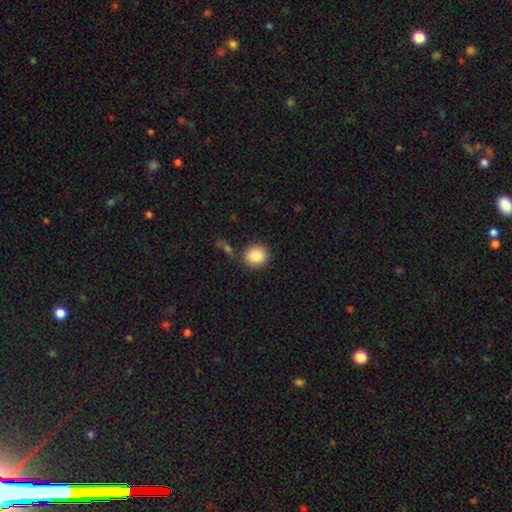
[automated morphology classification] This appears to be a smooth galaxy with no disk features (87%) that is round (83%). Merging: none (82%).